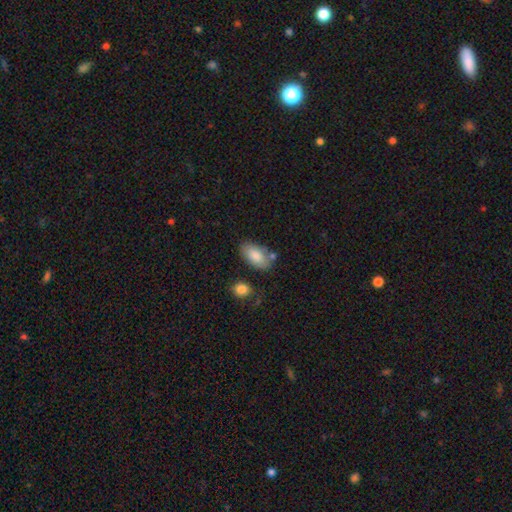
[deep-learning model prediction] This appears to be a smooth galaxy with no disk features (84%) that is in between round and cigar-shaped (94%). Merging: none (69%).